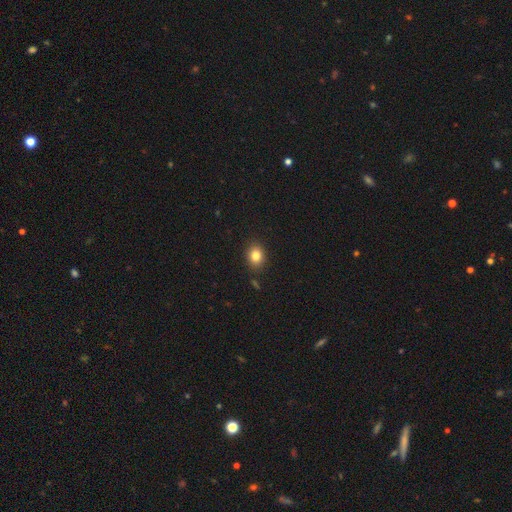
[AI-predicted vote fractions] Smooth or featured? smooth (82%)
How rounded? in between (50%)
Merging? none (87%)